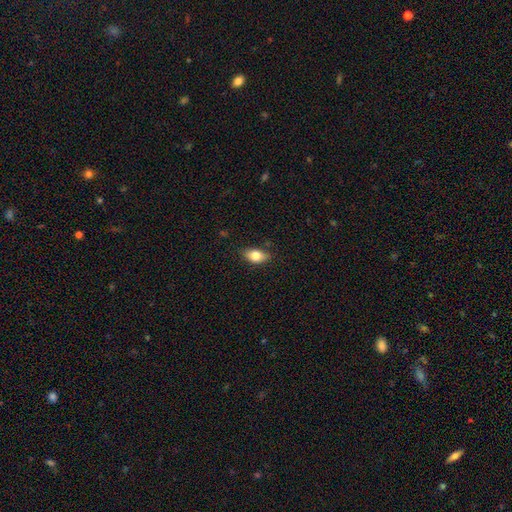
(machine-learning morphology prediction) Overall: smooth (78%). How rounded: in between (86%). Merging: none (79%).